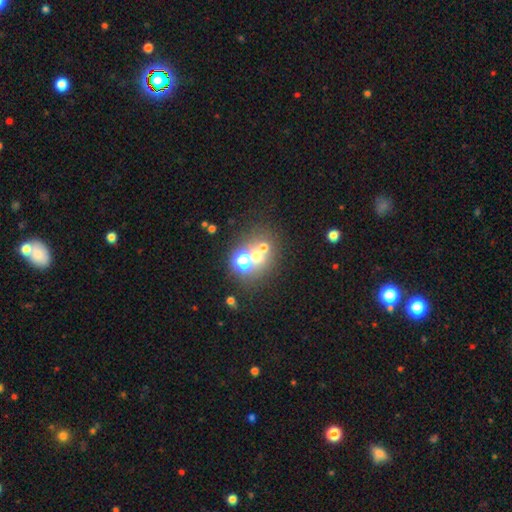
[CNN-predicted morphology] Smooth or featured? smooth (47%)
Merging? none (53%)